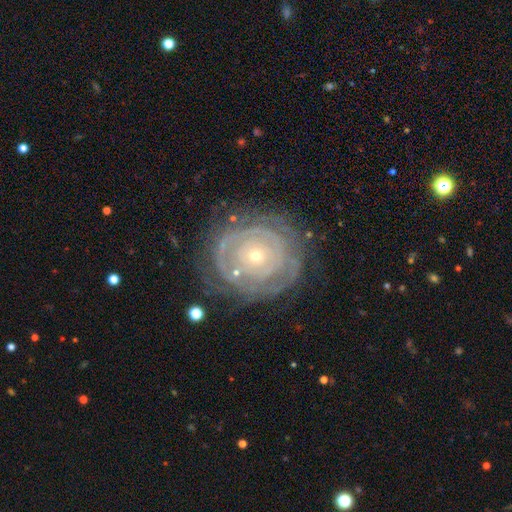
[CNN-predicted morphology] This is likely a featured or disk galaxy (80%). It is clearly not viewed edge-on (97%). Bar: clearly no (87%). Spiral arm pattern: likely yes (77%). Spiral arm count: possibly can't tell (47%). Spiral winding: clearly tight (84%). Central bulge: likely small (77%). Merging: likely none (74%).